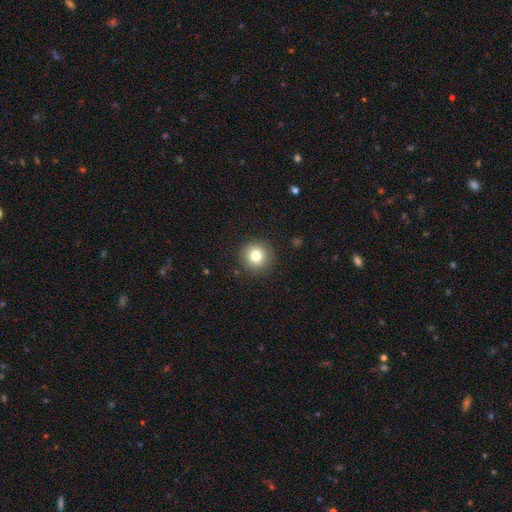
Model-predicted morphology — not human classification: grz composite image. It shows a smooth galaxy with no disk features (80%) that is round (95%). Merging: none (91%).